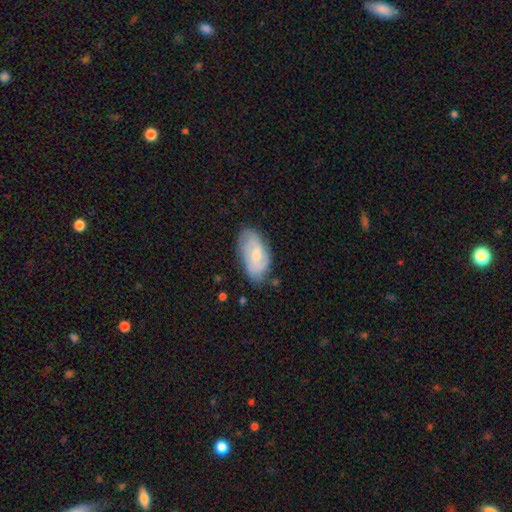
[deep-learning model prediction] smooth_or_featured: featured or disk (p=0.54) [alt: smooth p=0.40]
disk_edge_on: no (p=0.94) [alt: yes p=0.06]
bar: no (p=0.56) [alt: weak p=0.38]
has_spiral_arms: yes (p=0.82) [alt: no p=0.18]
bulge_size: moderate (p=0.52) [alt: small p=0.40]
merging: none (p=0.70) [alt: minor disturbance p=0.23]